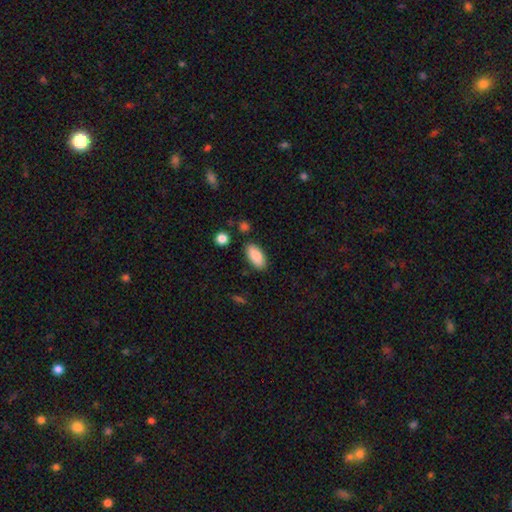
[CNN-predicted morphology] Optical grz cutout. It shows a smooth galaxy with no disk features (88%) that is in between round and cigar-shaped (91%). Merging: none (85%).